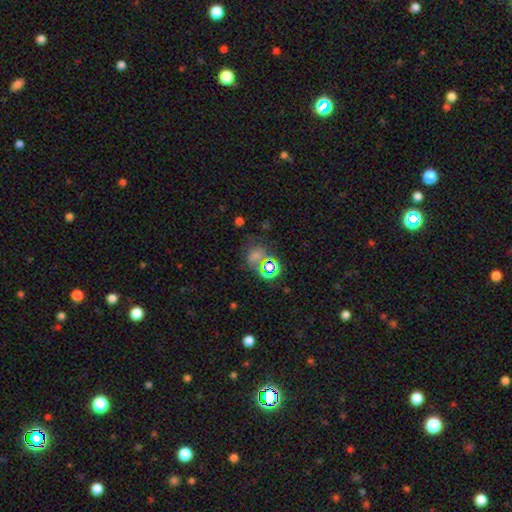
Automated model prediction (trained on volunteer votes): Q: Smooth or featured?
A: star or artifact (47%); runner-up: smooth (39%)